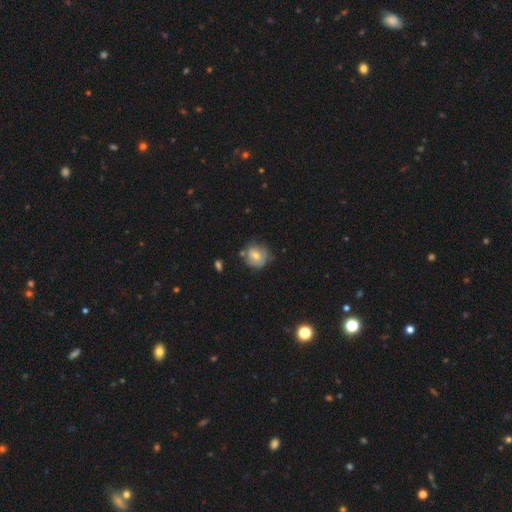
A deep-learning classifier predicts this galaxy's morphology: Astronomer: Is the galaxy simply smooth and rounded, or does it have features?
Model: smooth — 64%.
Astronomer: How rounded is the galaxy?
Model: round — 83%.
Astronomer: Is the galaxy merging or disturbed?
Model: none — 63%.